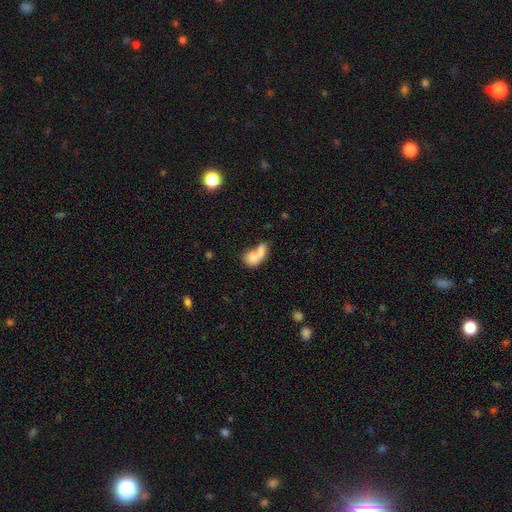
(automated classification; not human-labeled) smooth-or-featured: smooth: 72% | featured or disk: 20% | star or artifact: 8%
  how-rounded: in between: 68% | round: 28% | cigar-shaped: 4%
  merging: merger: 68% | none: 17% | major disturbance: 8% | minor disturbance: 7%